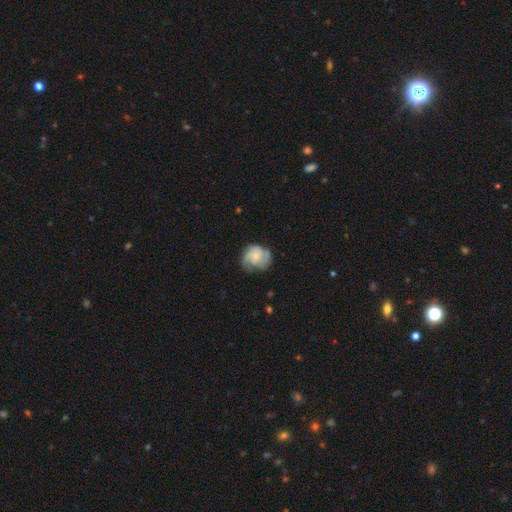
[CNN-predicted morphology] type=featured or disk (57%); edge-on=no (98%); bar=no (78%); spiral arms=yes (81%); bulge=small (60%); merging=none (52%).